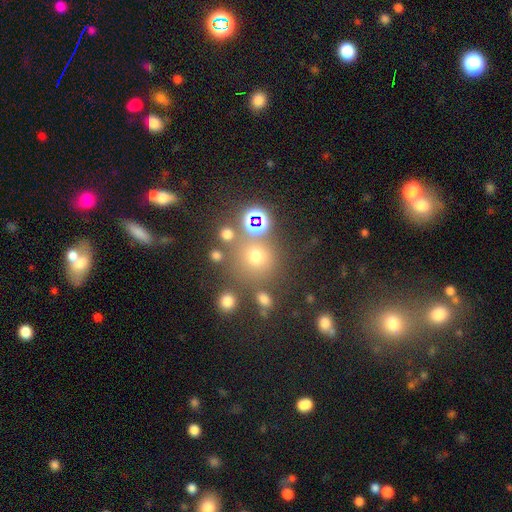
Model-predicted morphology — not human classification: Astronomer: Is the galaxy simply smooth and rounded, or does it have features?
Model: smooth — 62%.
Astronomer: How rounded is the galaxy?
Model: round — 90%.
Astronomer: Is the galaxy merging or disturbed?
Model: none — 72%.